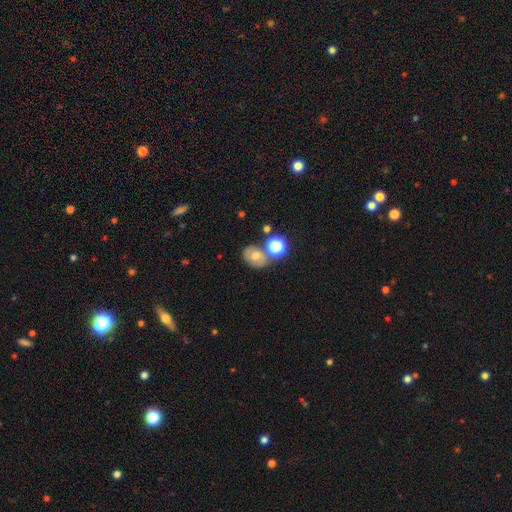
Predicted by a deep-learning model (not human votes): The model was most divided on "smooth or featured": smooth: 44%, featured or disk: 41%, star or artifact: 15%. More confident: merging — none (62%).